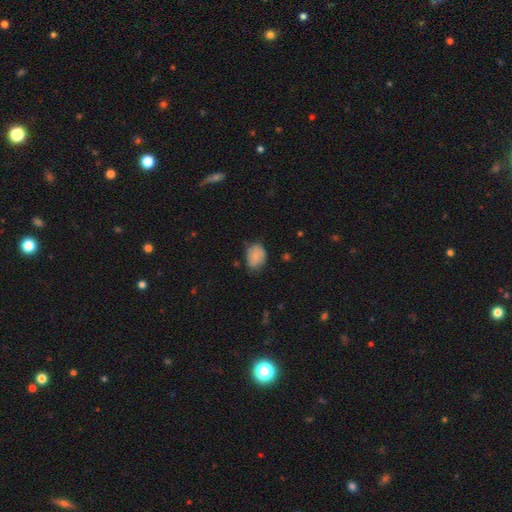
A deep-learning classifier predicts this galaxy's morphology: This is likely a smooth galaxy (76%). How rounded: likely in between (70%). Merging: possibly none (54%).